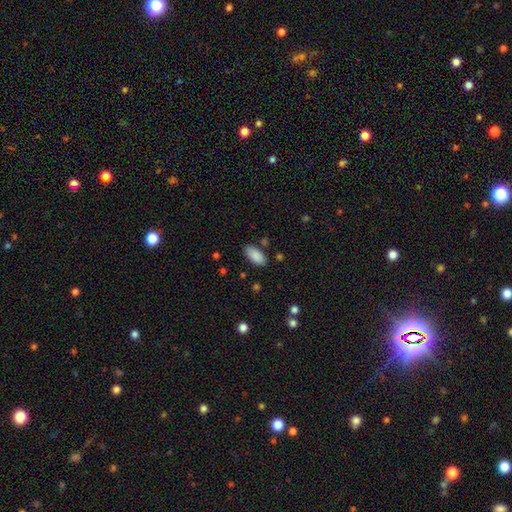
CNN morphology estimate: Smooth or featured? smooth (89%)
How rounded? in between (92%)
Merging? none (83%)